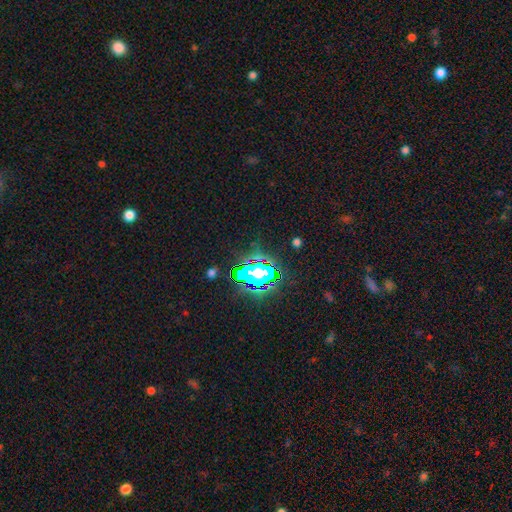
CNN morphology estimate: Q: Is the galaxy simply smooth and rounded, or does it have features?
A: star or artifact — 79%.